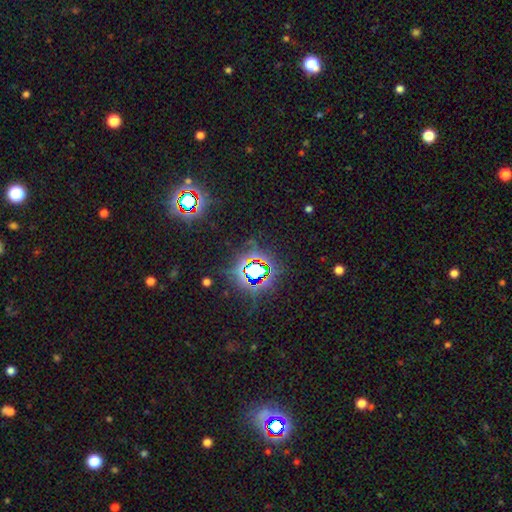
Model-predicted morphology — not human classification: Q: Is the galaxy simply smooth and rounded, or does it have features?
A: star or artifact — 84%.